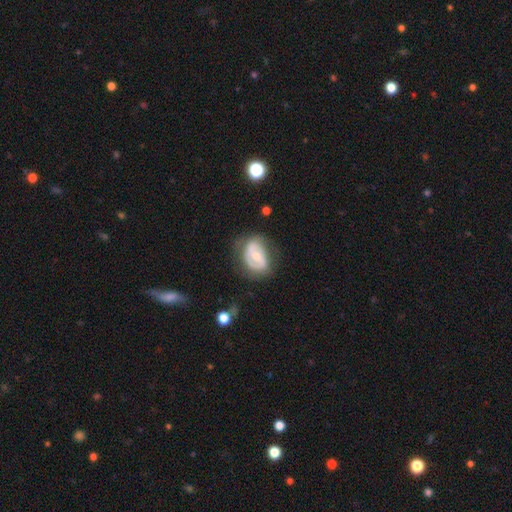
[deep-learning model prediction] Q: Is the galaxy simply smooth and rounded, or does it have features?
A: featured or disk — 65%.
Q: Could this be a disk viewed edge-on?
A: no — 96%.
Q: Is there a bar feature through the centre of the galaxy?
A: no — 38%, tied with weak.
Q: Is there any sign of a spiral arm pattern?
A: yes — 56%.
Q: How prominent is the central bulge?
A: moderate — 58%.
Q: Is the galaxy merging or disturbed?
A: none — 58%.